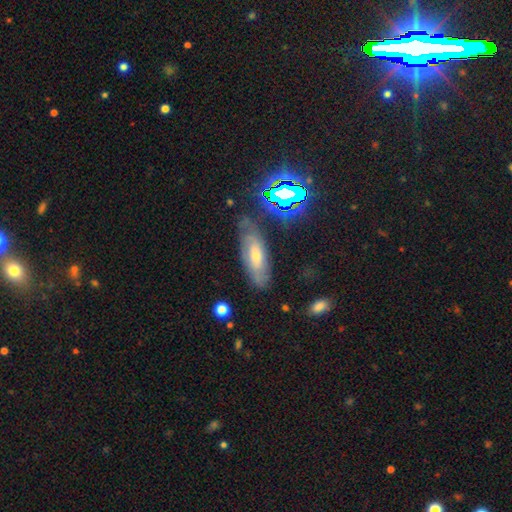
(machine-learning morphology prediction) Overall: featured or disk (49%; smooth 31%). Merging: none (73%).